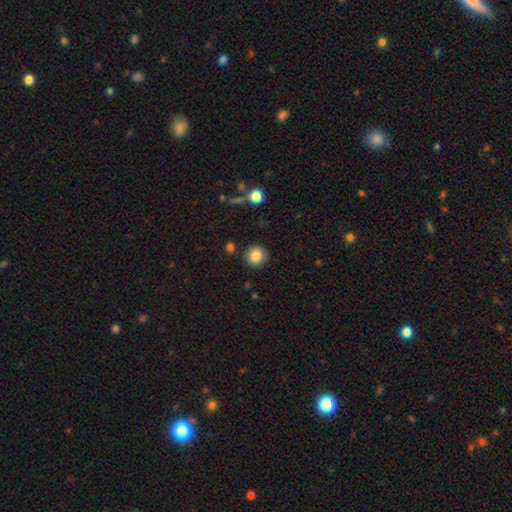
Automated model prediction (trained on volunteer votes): Morphology: type=smooth (86%); roundness=round (91%); merging=none (87%).